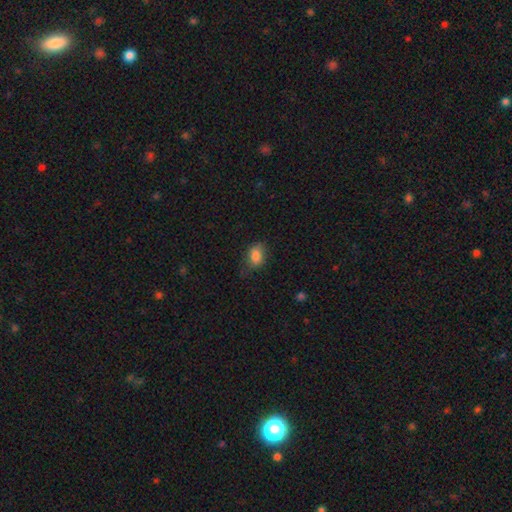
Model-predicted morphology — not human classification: A smooth galaxy with no disk features (84%) that is in between round and cigar-shaped (79%).

Vote fractions:
- Smooth or featured? smooth: 84% / star or artifact: 8% / featured or disk: 8%
- How rounded? in between: 79% / round: 19% / cigar-shaped: 2%
- Merging? none: 66% / minor disturbance: 25% / major disturbance: 8% / merger: 1%